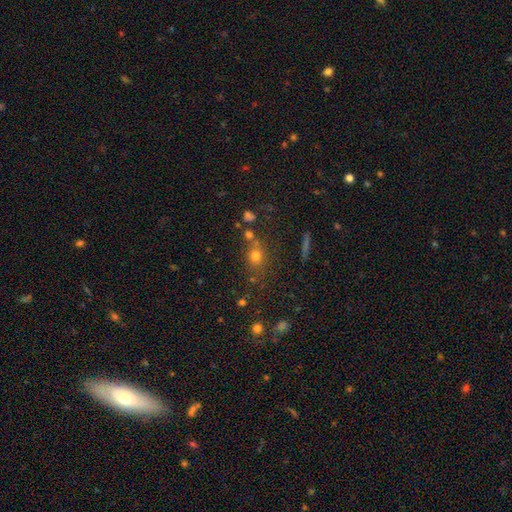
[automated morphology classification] A smooth galaxy with no disk features (67%) that is round (72%).

Vote fractions:
- Smooth or featured? smooth: 67% / star or artifact: 21% / featured or disk: 11%
- How rounded? round: 72% / in between: 25% / cigar-shaped: 3%
- Merging? none: 65% / merger: 16% / minor disturbance: 13% / major disturbance: 6%